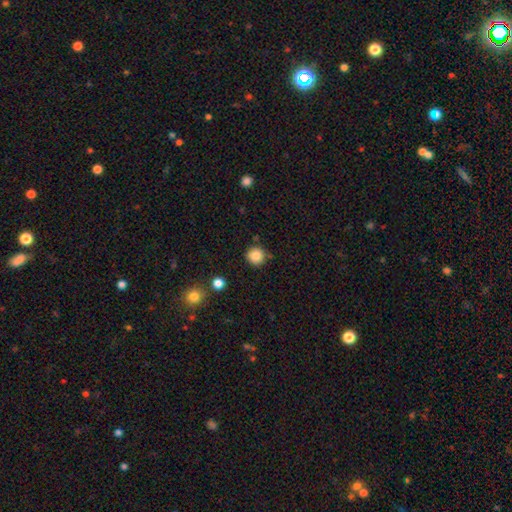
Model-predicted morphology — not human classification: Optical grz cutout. It shows a smooth galaxy with no disk features (85%) that is round (94%). Merging: none (86%).